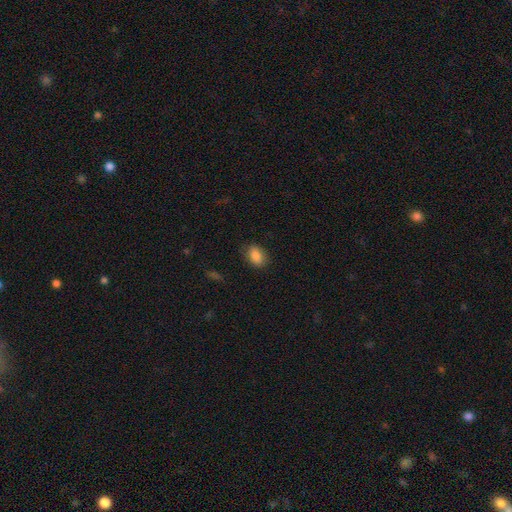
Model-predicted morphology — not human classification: Smooth or featured: smooth — 87% (star or artifact — 8%)
How rounded: in between — 83% (round — 16%)
Merging: none — 81% (minor disturbance — 15%)